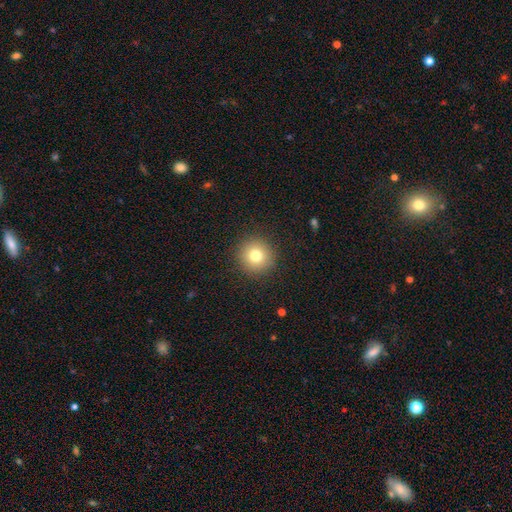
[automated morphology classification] smooth 78%, star or artifact 12%, featured or disk 10%. Down the decision tree: how rounded — round (94%); merging — none (91%).